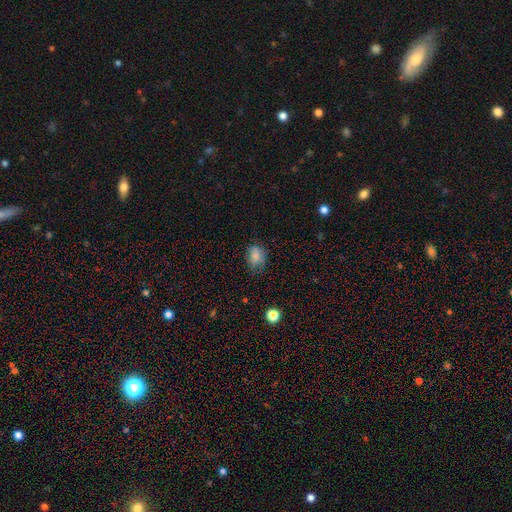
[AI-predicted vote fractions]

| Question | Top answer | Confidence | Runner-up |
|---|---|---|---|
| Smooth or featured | smooth | 79% | star or artifact (13%) |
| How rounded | in between | 62% | round (36%) |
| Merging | none | 66% | minor disturbance (25%) |